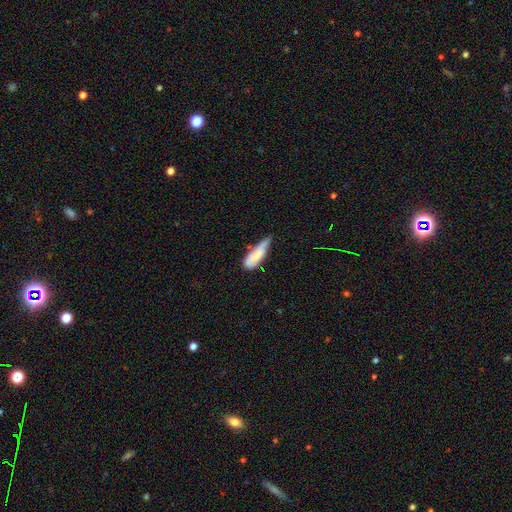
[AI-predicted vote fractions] This appears to be a smooth galaxy with no disk features (73%) that is in between round and cigar-shaped (50%). Merging: minor disturbance (45%).